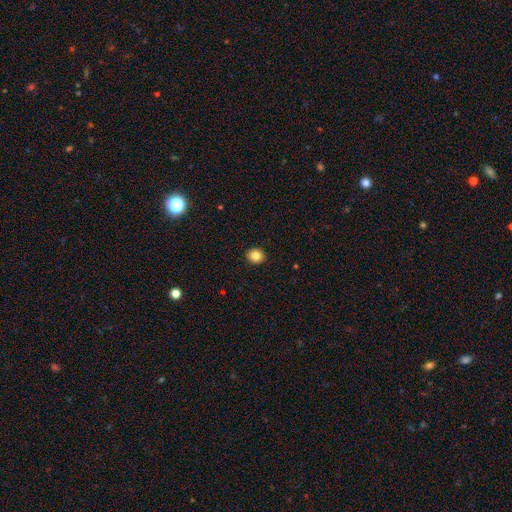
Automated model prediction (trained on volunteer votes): The model was most divided on "how rounded": round: 71%, in between: 28%, cigar-shaped: 1%. More confident: merging — none (92%); smooth or featured — smooth (84%).